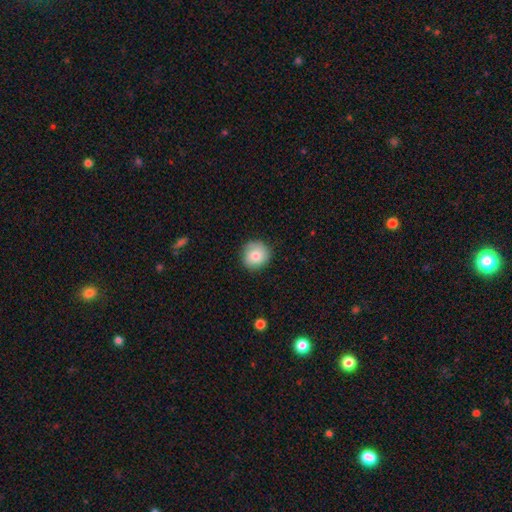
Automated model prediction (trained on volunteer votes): The model was most divided on "smooth or featured": smooth: 75%, featured or disk: 17%, star or artifact: 8%. More confident: how rounded — round (91%); merging — none (82%).